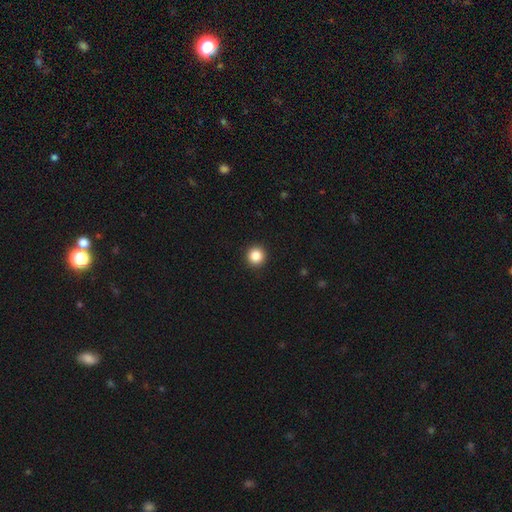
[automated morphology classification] Smooth or featured? smooth (86%)
How rounded? round (95%)
Merging? none (93%)